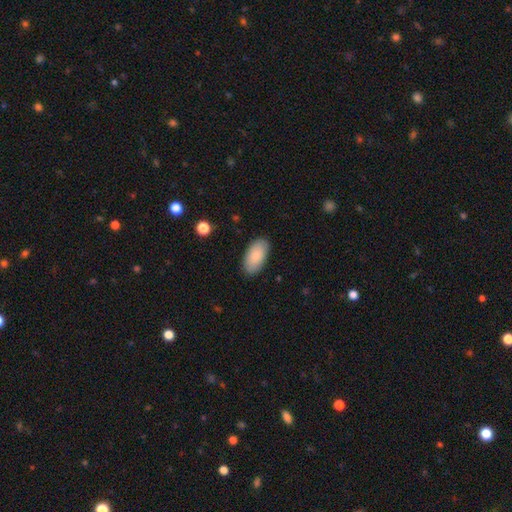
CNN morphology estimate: Q: Smooth or featured?
A: smooth (87%); runner-up: featured or disk (8%)
Q: How rounded?
A: in between (95%); runner-up: cigar-shaped (3%)
Q: Merging?
A: none (87%); runner-up: minor disturbance (10%)